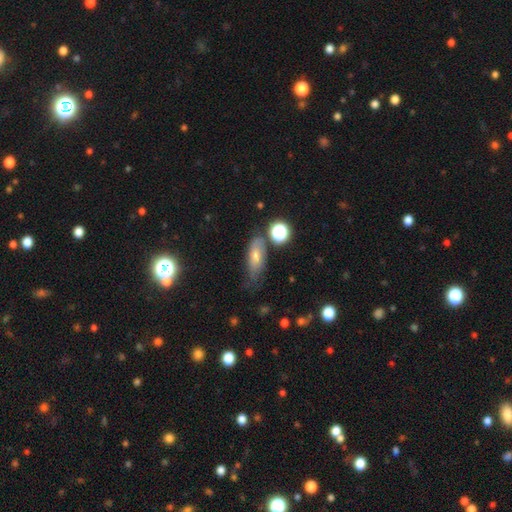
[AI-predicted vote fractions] A smooth galaxy with no disk features (52%) that is in between round and cigar-shaped (62%).

Vote fractions:
- Smooth or featured? smooth: 52% / featured or disk: 30% / star or artifact: 18%
- How rounded? in between: 62% / cigar-shaped: 30% / round: 9%
- Merging? none: 66% / minor disturbance: 22% / major disturbance: 7% / merger: 5%